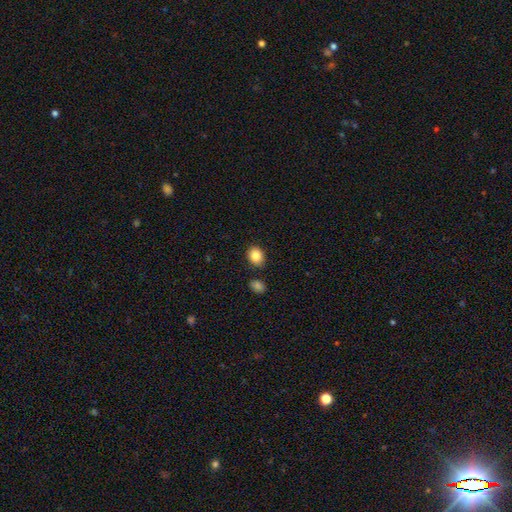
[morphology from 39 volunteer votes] smooth-or-featured: smooth: 87% | featured or disk: 8% | star or artifact: 5%
  how-rounded: round: 62% | in between: 38% | cigar-shaped: 0%
  merging: none: 73% | minor disturbance: 16% | major disturbance: 8% | merger: 3%